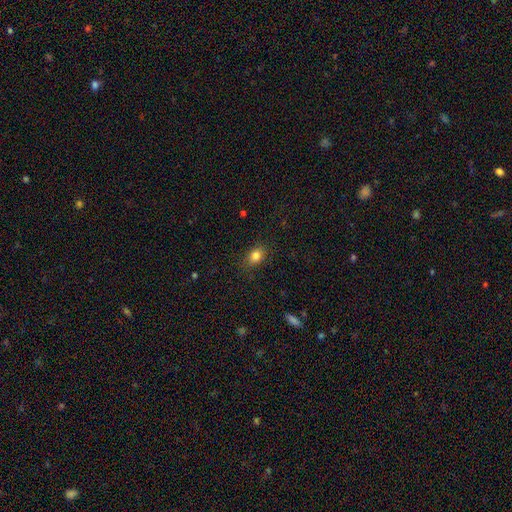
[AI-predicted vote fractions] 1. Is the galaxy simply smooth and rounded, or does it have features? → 83% smooth, 11% star or artifact, 6% featured or disk.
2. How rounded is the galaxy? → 65% in between, 33% round, 2% cigar-shaped.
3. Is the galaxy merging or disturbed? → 85% none, 11% minor disturbance, 3% major disturbance, 1% merger.